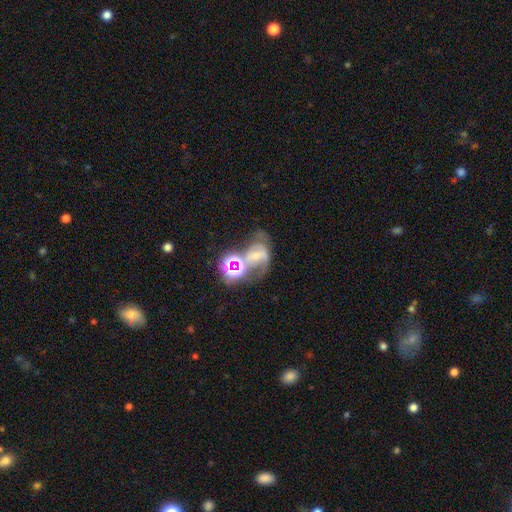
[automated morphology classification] Smooth or featured: featured or disk — 51% (star or artifact — 25%)
Edge-on disk: no — 96% (yes — 4%)
Merging: none — 33% (merger — 28%)